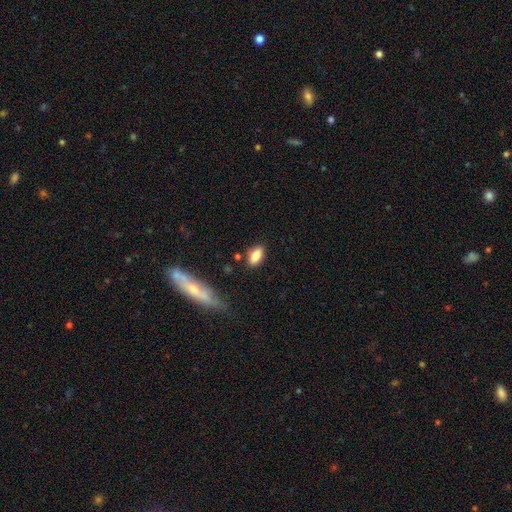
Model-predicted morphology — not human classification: This appears to be a smooth galaxy with no disk features (81%) that is in between round and cigar-shaped (87%). Merging: none (81%).